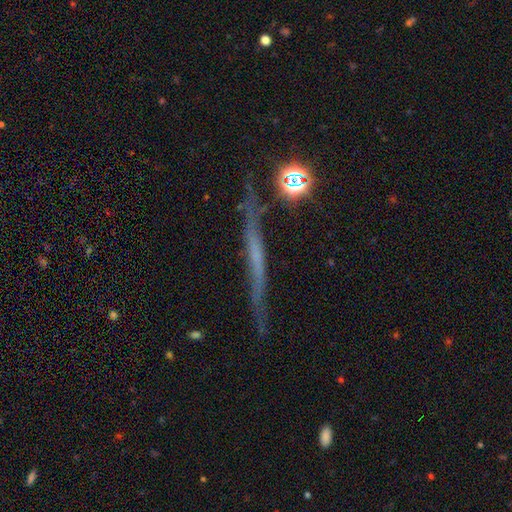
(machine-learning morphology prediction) A featured or disk galaxy (61%) viewed edge-on (93%) with no central bulge (81%). Merging: none (81%).